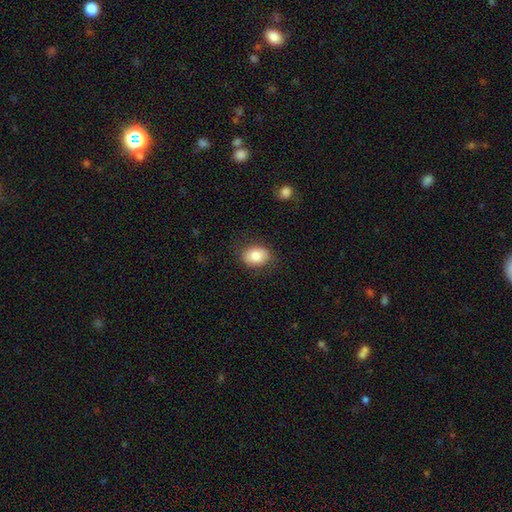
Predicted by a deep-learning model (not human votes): The model was most divided on "how rounded": in between: 69%, round: 30%, cigar-shaped: 1%. More confident: smooth or featured — smooth (84%); merging — none (83%).